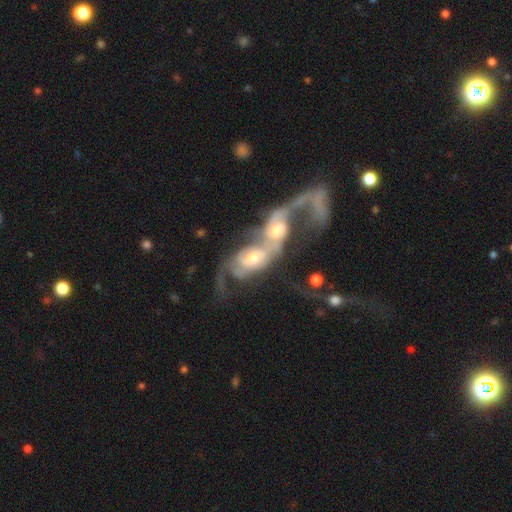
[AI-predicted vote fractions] Q: Smooth or featured?
A: featured or disk (76%); runner-up: smooth (16%)
Q: Edge-on disk?
A: no (94%); runner-up: yes (6%)
Q: Bar?
A: no (61%); runner-up: weak (29%)
Q: Spiral arms?
A: yes (83%); runner-up: no (17%)
Q: Spiral winding?
A: loose (58%); runner-up: medium (26%)
Q: Spiral arm count?
A: 2 (49%); runner-up: 1 (22%)
Q: Bulge size?
A: moderate (55%); runner-up: small (27%)
Q: Merging?
A: merger (83%); runner-up: major disturbance (9%)